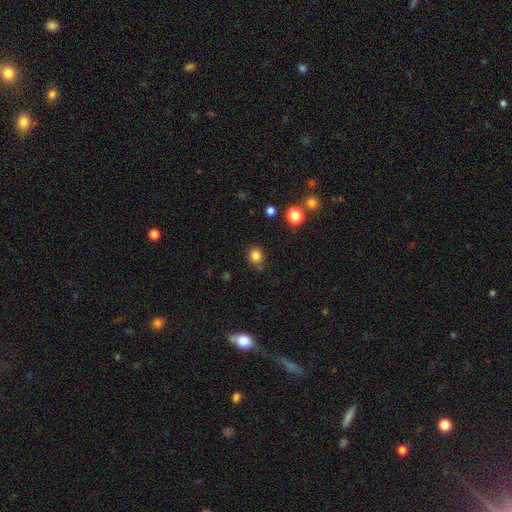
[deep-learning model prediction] A smooth galaxy with no disk features (82%) that is round (75%).

Vote fractions:
- Smooth or featured? smooth: 82% / star or artifact: 13% / featured or disk: 5%
- How rounded? round: 75% / in between: 24% / cigar-shaped: 1%
- Merging? none: 74% / minor disturbance: 18% / major disturbance: 4% / merger: 3%